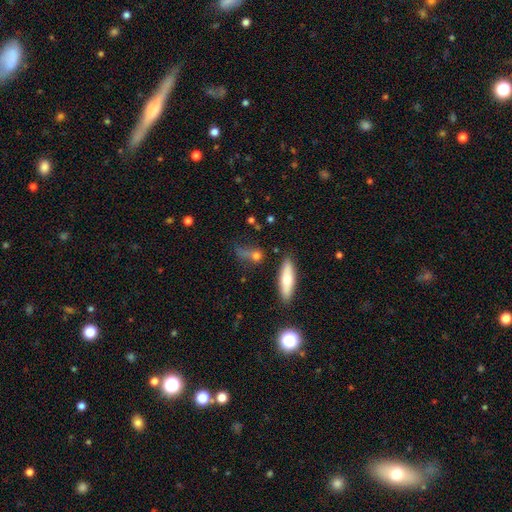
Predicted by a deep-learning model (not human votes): Overall: smooth (68%). How rounded: in between (50%; cigar-shaped 25%). Merging: none (50%; minor disturbance 20%).